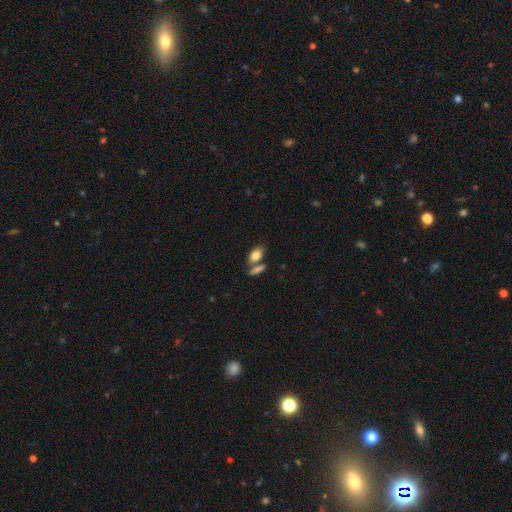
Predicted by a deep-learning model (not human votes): A smooth galaxy with no disk features (82%) that is in between round and cigar-shaped (86%). Merging: none (56%).